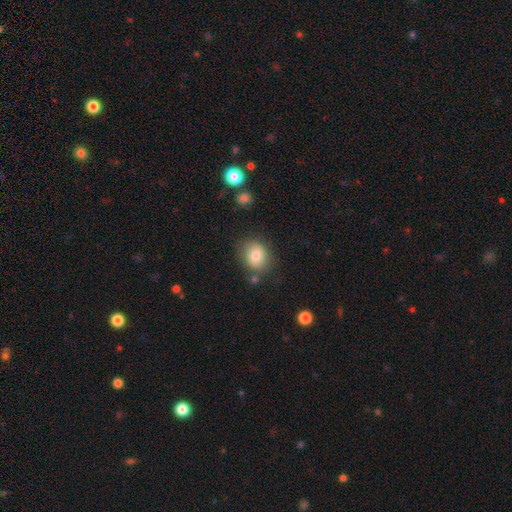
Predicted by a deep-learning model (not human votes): Smooth or featured?
  - smooth: 79% *
  - featured or disk: 12%
  - star or artifact: 9%
How rounded?
  - round: 60% *
  - in between: 39%
  - cigar-shaped: 1%
Merging?
  - none: 75% *
  - minor disturbance: 15%
  - merger: 5%
  - major disturbance: 5%